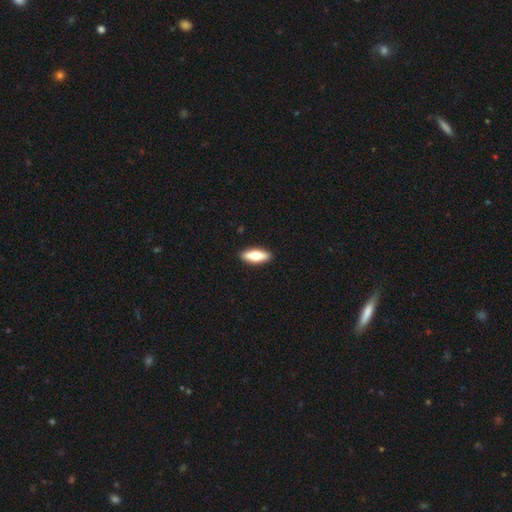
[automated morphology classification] Smooth or featured? smooth (64%)
How rounded? in between (61%)
Merging? none (91%)